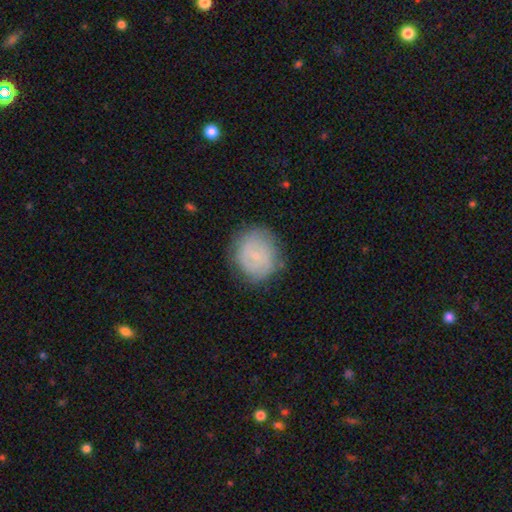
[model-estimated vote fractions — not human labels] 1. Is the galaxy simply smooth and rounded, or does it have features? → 55% smooth, 37% featured or disk, 8% star or artifact.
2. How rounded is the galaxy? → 82% round, 17% in between, 1% cigar-shaped.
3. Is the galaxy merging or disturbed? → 74% none, 18% minor disturbance, 6% major disturbance, 1% merger.